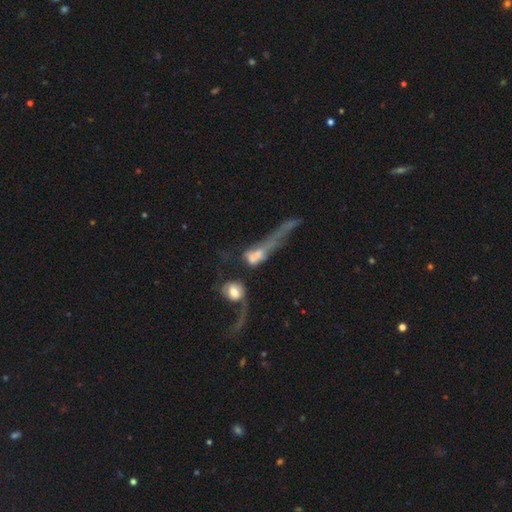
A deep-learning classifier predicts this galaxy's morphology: Smooth or featured?
  - smooth: 46% *
  - featured or disk: 43%
  - star or artifact: 11%
Merging?
  - merger: 40% *
  - major disturbance: 38%
  - none: 12%
  - minor disturbance: 10%